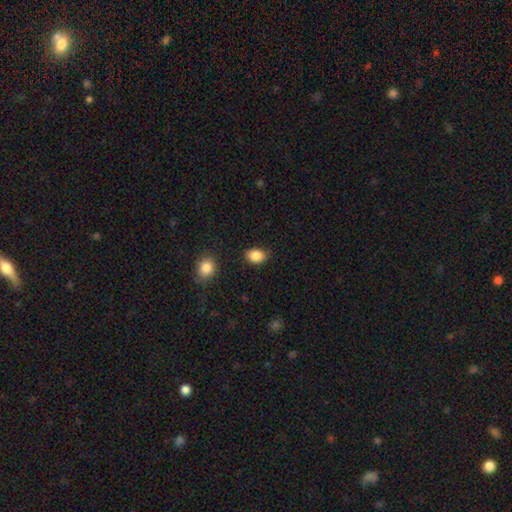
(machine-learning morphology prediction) This appears to be a smooth galaxy with no disk features (87%) that is in between round and cigar-shaped (73%). Merging: none (82%).